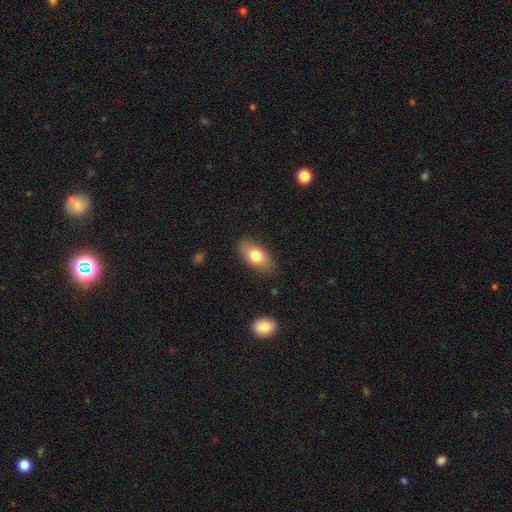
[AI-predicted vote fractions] Overall: smooth (76%). How rounded: in between (90%). Merging: none (83%).